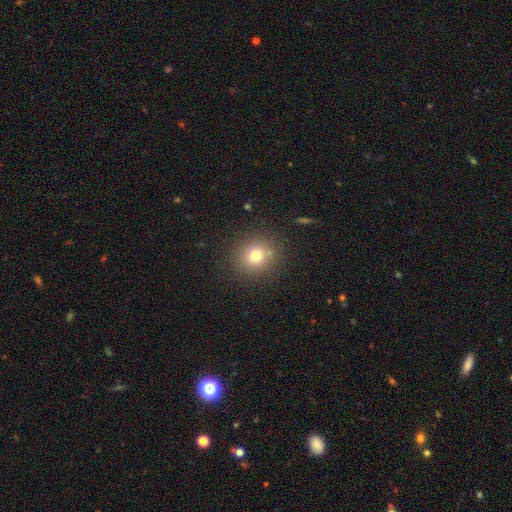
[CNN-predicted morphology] type=smooth (74%); roundness=round (87%); merging=none (84%).